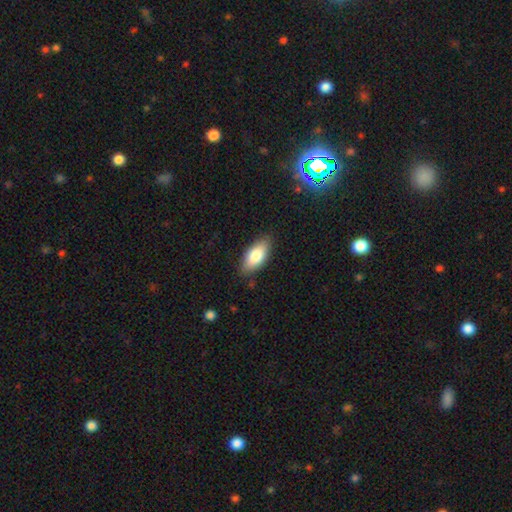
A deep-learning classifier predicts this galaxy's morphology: Smooth or featured? Predicted: smooth (p=0.80). How rounded? Predicted: in between (p=0.88). Merging? Predicted: none (p=0.84).